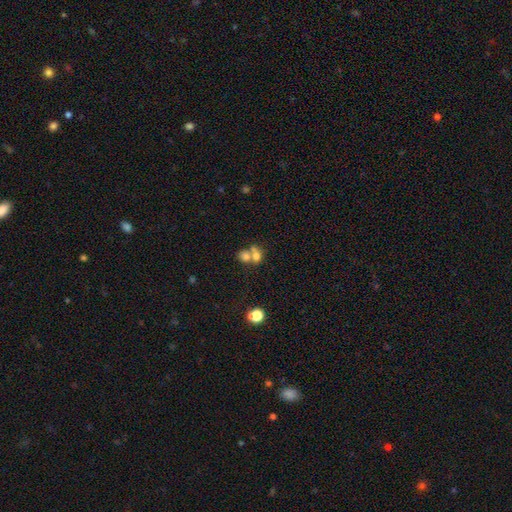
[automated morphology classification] Smooth or featured? smooth (67%)
How rounded? round (58%)
Merging? merger (64%)